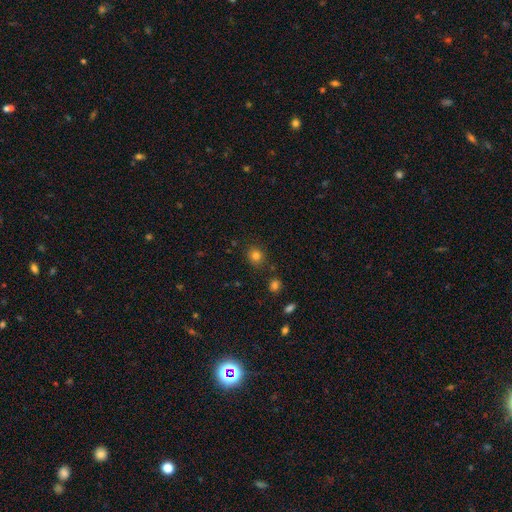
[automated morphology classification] smooth_or_featured: smooth (p=0.79) [alt: star or artifact p=0.15]
how_rounded: round (p=0.85) [alt: in between p=0.14]
merging: none (p=0.85) [alt: minor disturbance p=0.09]